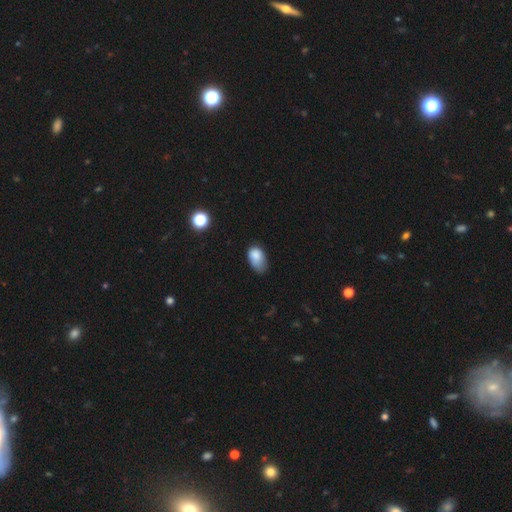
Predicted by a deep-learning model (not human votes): Morphology: type=smooth (79%); roundness=in between (86%); merging=minor disturbance (46%).